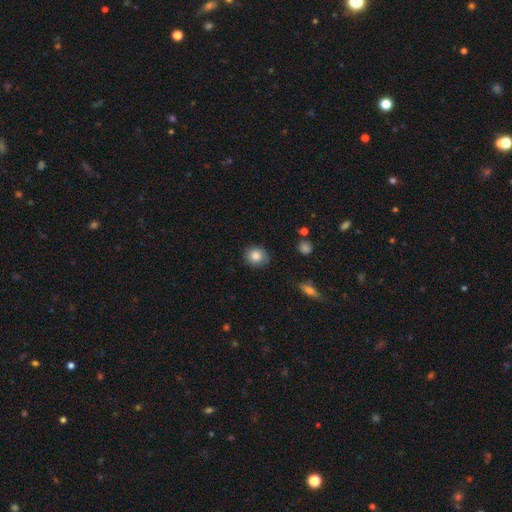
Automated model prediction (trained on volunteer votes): Smooth or featured? Predicted: smooth (p=0.84). How rounded? Predicted: round (p=0.80). Merging? Predicted: none (p=0.82).